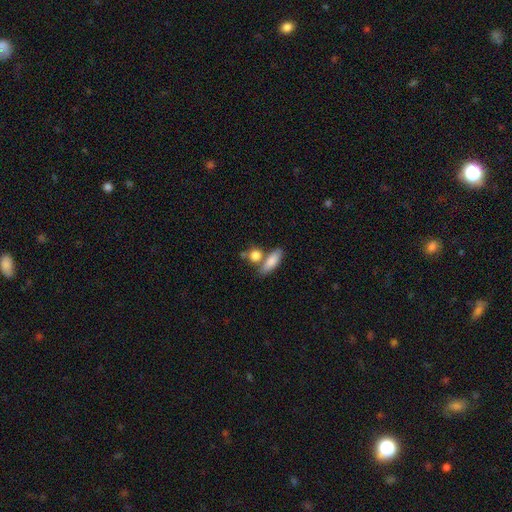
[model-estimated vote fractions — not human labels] A smooth galaxy with no disk features (83%) that is in between round and cigar-shaped (48%).

Vote fractions:
- Smooth or featured? smooth: 83% / featured or disk: 10% / star or artifact: 7%
- How rounded? in between: 48% / round: 42% / cigar-shaped: 10%
- Merging? none: 49% / merger: 36% / minor disturbance: 11% / major disturbance: 5%